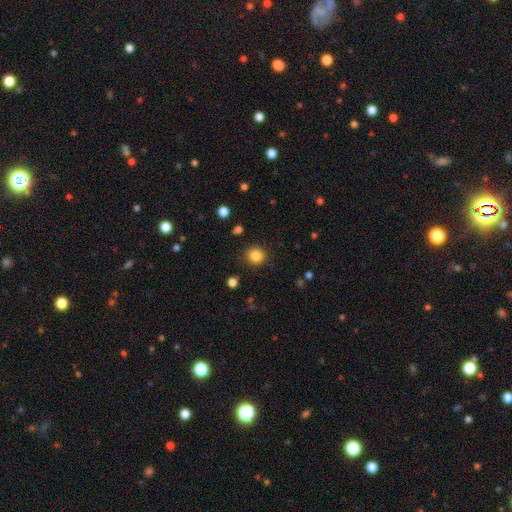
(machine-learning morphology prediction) A smooth galaxy with no disk features (85%) that is round (92%).

Vote fractions:
- Smooth or featured? smooth: 85% / star or artifact: 11% / featured or disk: 4%
- How rounded? round: 92% / in between: 7% / cigar-shaped: 1%
- Merging? none: 89% / minor disturbance: 7% / major disturbance: 3% / merger: 1%